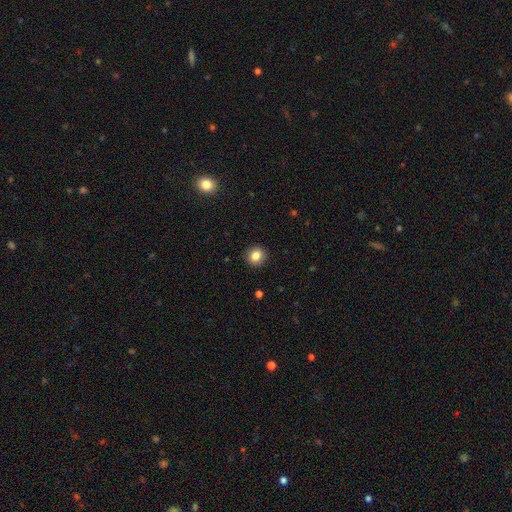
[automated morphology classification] type=smooth (85%); roundness=round (88%); merging=none (91%).